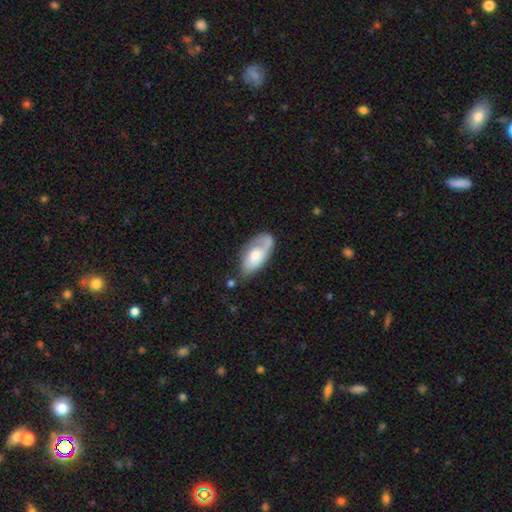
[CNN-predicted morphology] A smooth galaxy with no disk features (53%) that is in between round and cigar-shaped (91%).

Vote fractions:
- Smooth or featured? smooth: 53% / featured or disk: 41% / star or artifact: 6%
- How rounded? in between: 91% / cigar-shaped: 6% / round: 3%
- Merging? none: 48% / minor disturbance: 30% / major disturbance: 15% / merger: 7%